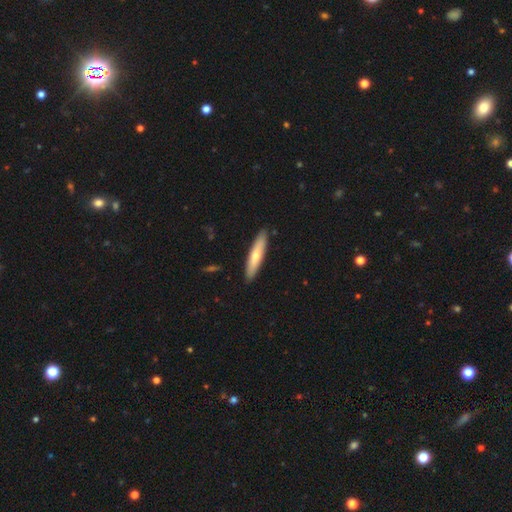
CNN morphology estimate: A smooth galaxy with no disk features (62%) that is cigar-shaped (83%). Merging: none (90%).